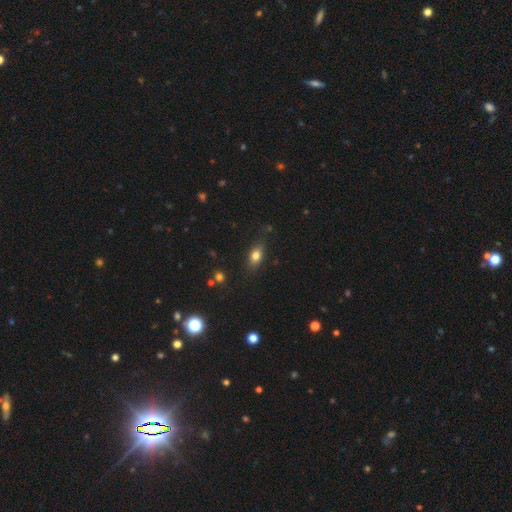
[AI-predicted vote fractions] Smooth or featured? Predicted: smooth (p=0.77). How rounded? Predicted: in between (p=0.78). Merging? Predicted: none (p=0.78).